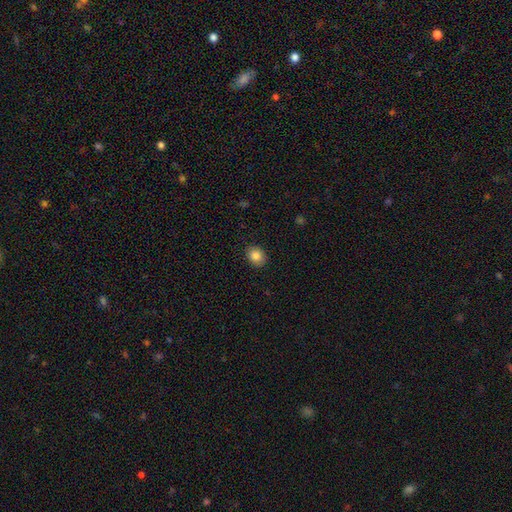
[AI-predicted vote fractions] smooth-or-featured: smooth: 85% | star or artifact: 9% | featured or disk: 6%
  how-rounded: round: 56% | in between: 43% | cigar-shaped: 1%
  merging: none: 89% | minor disturbance: 8% | major disturbance: 2% | merger: 1%